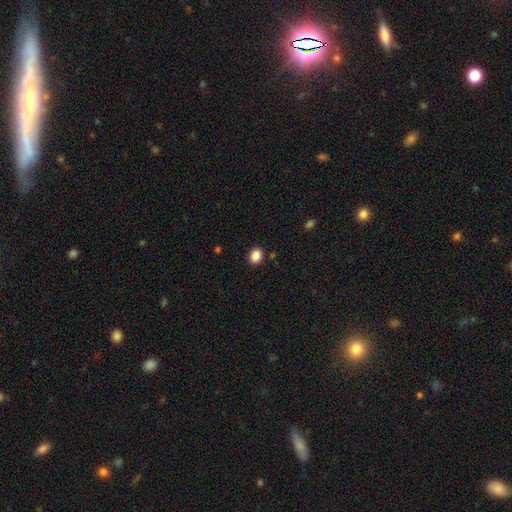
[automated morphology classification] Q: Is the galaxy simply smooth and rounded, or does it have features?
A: smooth — 88%.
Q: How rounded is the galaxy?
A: in between — 50%.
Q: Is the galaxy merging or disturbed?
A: none — 89%.